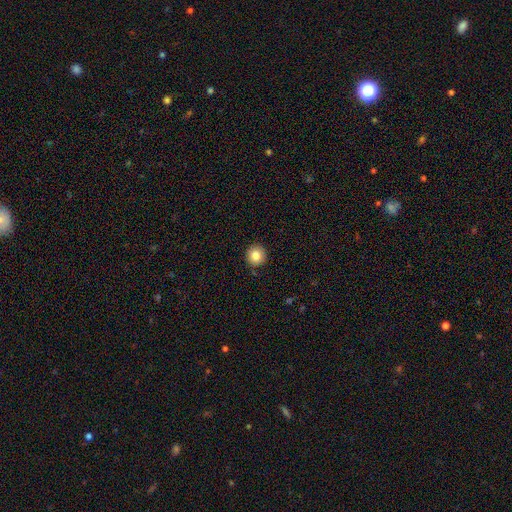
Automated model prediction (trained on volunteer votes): Morphology: type=smooth (84%); roundness=round (92%); merging=none (90%).